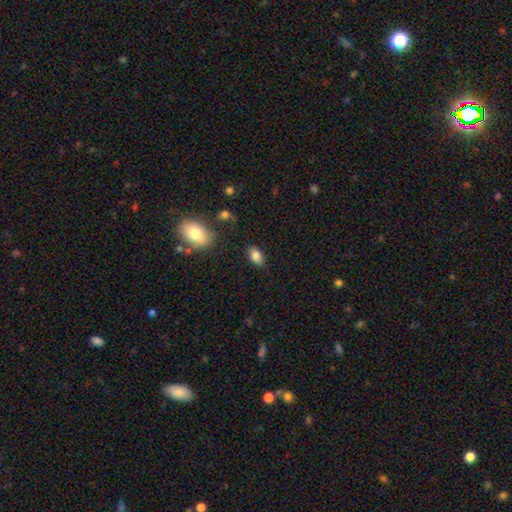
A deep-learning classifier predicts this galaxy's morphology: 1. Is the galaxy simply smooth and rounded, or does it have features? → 84% smooth, 9% star or artifact, 7% featured or disk.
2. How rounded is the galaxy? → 87% in between, 11% round, 2% cigar-shaped.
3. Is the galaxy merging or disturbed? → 82% none, 12% minor disturbance, 3% major disturbance, 2% merger.